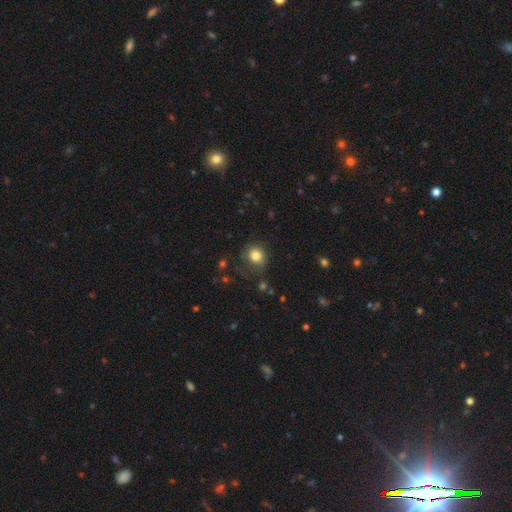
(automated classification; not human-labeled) A smooth galaxy with no disk features (80%) that is round (71%). Merging: none (65%).